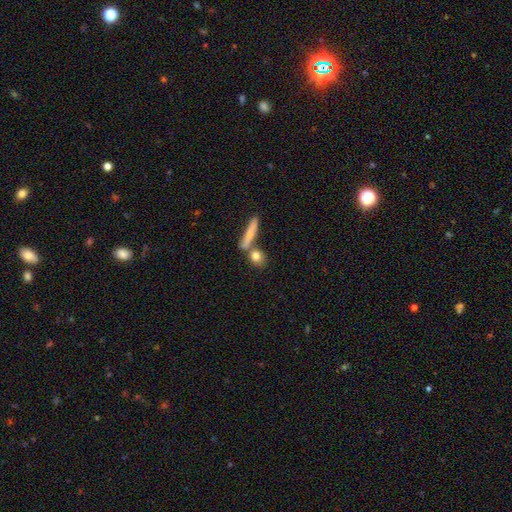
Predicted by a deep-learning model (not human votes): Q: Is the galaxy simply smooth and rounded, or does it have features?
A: smooth — 77%.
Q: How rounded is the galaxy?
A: round — 56%.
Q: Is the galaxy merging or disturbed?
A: none — 62%.